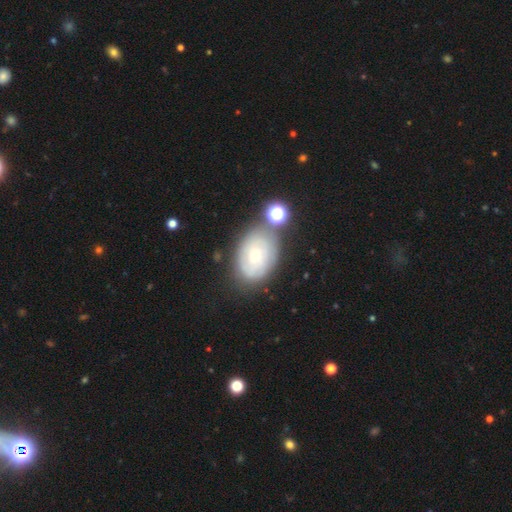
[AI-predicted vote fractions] The model was most divided on "bulge size": small: 51%, moderate: 45%, large: 2%, dominant: 1%, none: 1%. More confident: edge-on disk — no (94%); bar — no (85%); merging — none (62%); spiral arms — yes (54%); smooth or featured — featured or disk (54%).